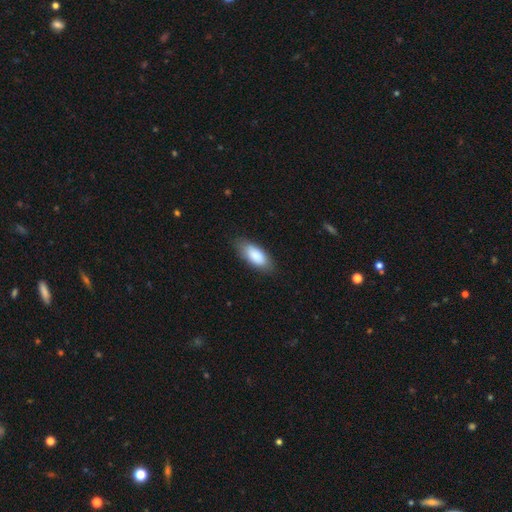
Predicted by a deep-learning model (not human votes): Smooth or featured? Predicted: smooth (p=0.87). How rounded? Predicted: in between (p=0.85). Merging? Predicted: none (p=0.81).